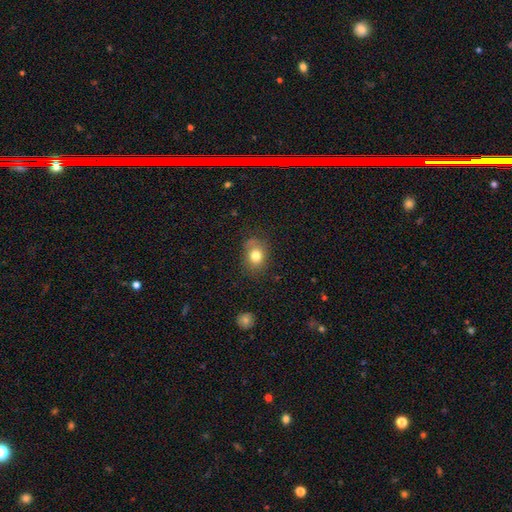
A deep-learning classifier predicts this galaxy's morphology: This is likely a smooth galaxy (79%). How rounded: possibly round (50%). Merging: likely none (73%).